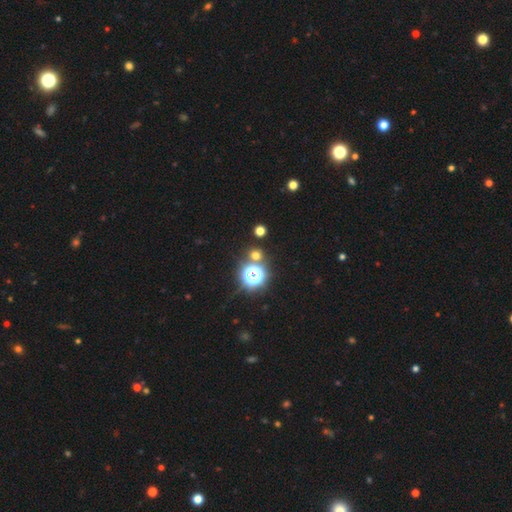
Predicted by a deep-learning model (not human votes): Overall: smooth (55%; star or artifact 39%). How rounded: round (89%). Merging: none (80%).